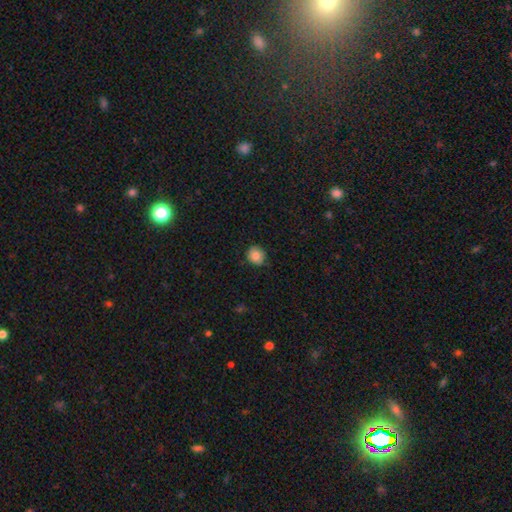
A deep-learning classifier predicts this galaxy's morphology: A smooth galaxy with no disk features (84%) that is round (80%).

Vote fractions:
- Smooth or featured? smooth: 84% / star or artifact: 9% / featured or disk: 7%
- How rounded? round: 80% / in between: 19% / cigar-shaped: 1%
- Merging? none: 82% / minor disturbance: 15% / major disturbance: 2% / merger: 1%